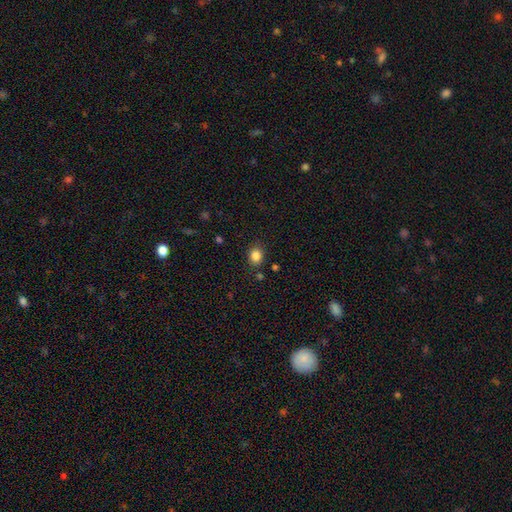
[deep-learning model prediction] smooth_or_featured: smooth (p=0.84) [alt: star or artifact p=0.11]
how_rounded: round (p=0.59) [alt: in between p=0.40]
merging: none (p=0.85) [alt: minor disturbance p=0.10]